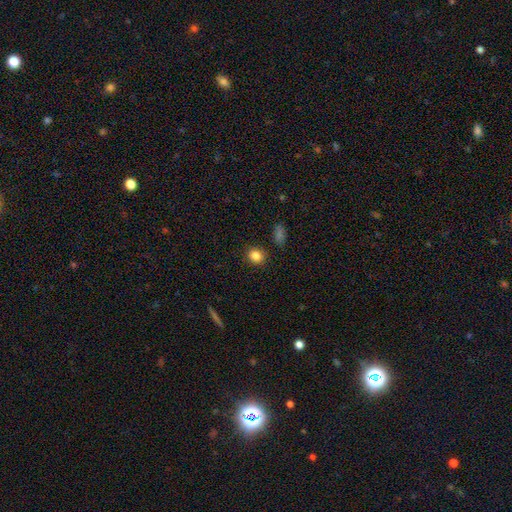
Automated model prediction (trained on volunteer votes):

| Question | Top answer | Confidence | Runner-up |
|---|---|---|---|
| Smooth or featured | smooth | 84% | star or artifact (10%) |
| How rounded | round | 72% | in between (27%) |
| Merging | none | 89% | minor disturbance (7%) |